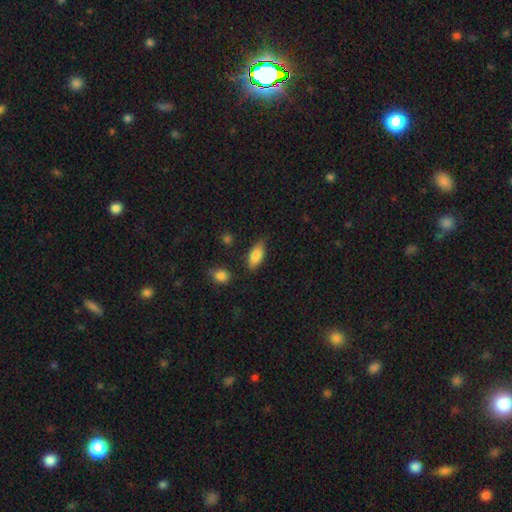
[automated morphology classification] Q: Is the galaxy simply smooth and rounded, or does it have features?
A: smooth — 81%.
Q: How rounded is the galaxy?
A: in between — 81%.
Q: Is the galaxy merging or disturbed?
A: none — 73%.